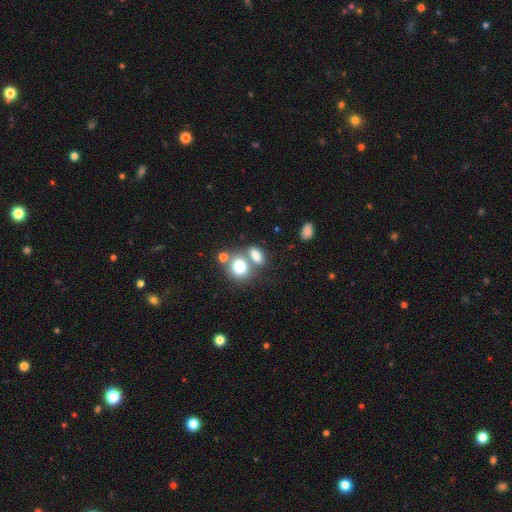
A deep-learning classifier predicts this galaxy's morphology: Smooth or featured?
  - smooth: 77% *
  - featured or disk: 12%
  - star or artifact: 11%
How rounded?
  - in between: 64% *
  - round: 33%
  - cigar-shaped: 3%
Merging?
  - none: 44% *
  - merger: 41%
  - minor disturbance: 10%
  - major disturbance: 5%